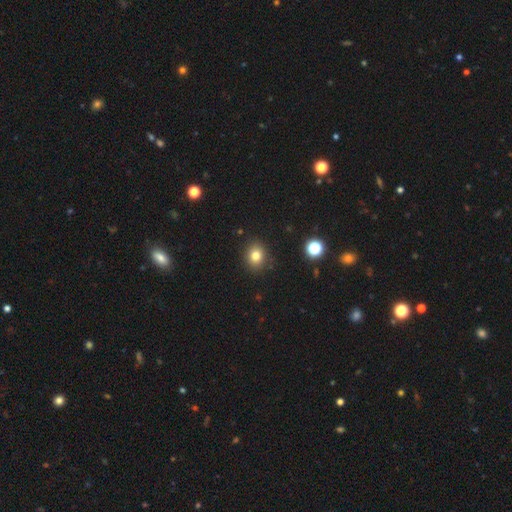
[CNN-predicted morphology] A smooth galaxy with no disk features (79%) that is round (71%). Merging: none (89%).